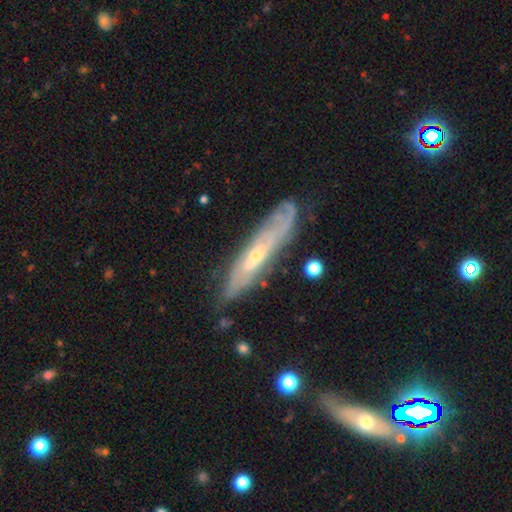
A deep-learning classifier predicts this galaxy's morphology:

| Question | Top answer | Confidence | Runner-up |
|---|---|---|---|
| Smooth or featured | featured or disk | 73% | smooth (20%) |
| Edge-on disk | yes | 52% | no (48%) |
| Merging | none | 72% | minor disturbance (20%) |